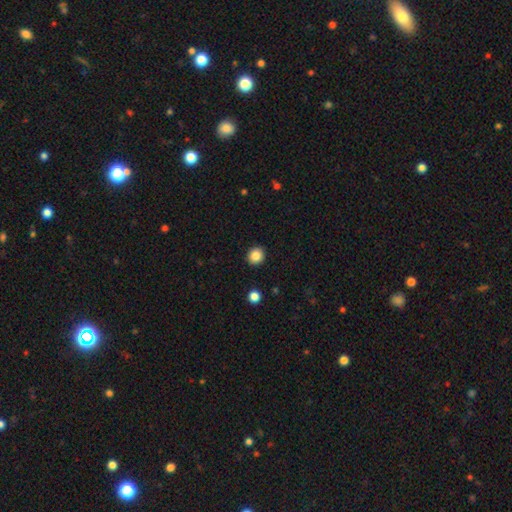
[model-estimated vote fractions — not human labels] This appears to be a smooth galaxy with no disk features (86%) that is round (85%). Merging: none (92%).